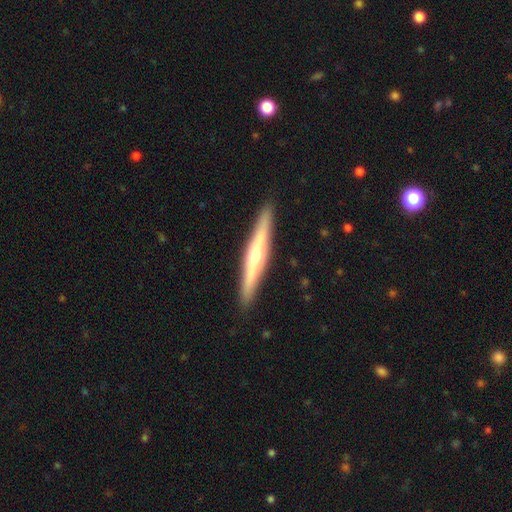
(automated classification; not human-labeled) smooth-or-featured: featured or disk: 63% | smooth: 32% | star or artifact: 6%
  disk-edge-on: yes: 95% | no: 5%
    edge-on-bulge: rounded: 81% | none: 13% | boxy: 6%
  merging: none: 91% | minor disturbance: 7% | major disturbance: 1% | merger: 1%